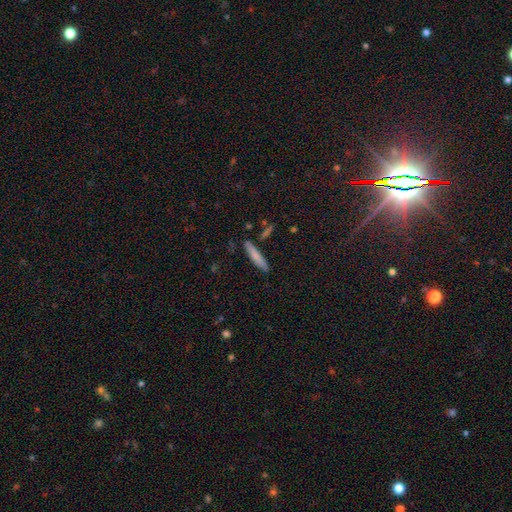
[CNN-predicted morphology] Q: Smooth or featured?
A: smooth (74%); runner-up: featured or disk (19%)
Q: How rounded?
A: cigar-shaped (91%); runner-up: in between (7%)
Q: Merging?
A: none (85%); runner-up: minor disturbance (10%)